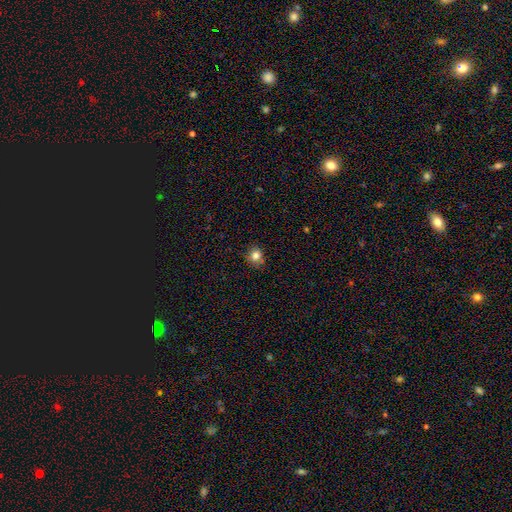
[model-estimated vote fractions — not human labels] Smooth or featured? smooth (82%)
How rounded? round (77%)
Merging? none (80%)